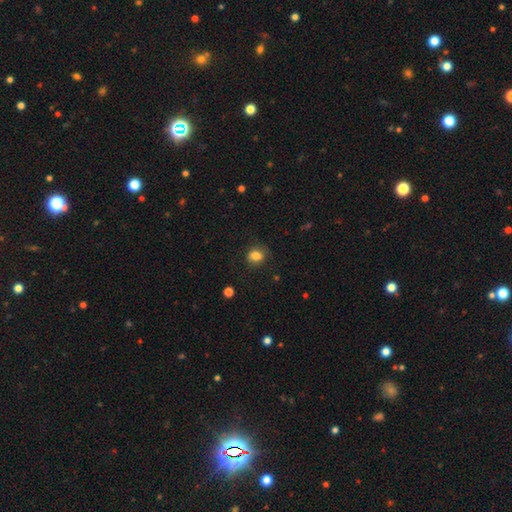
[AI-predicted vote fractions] Overall: smooth (83%). How rounded: in between (52%; round 46%). Merging: none (76%).